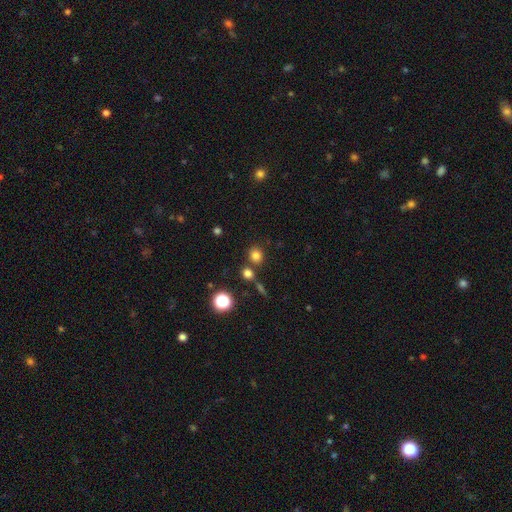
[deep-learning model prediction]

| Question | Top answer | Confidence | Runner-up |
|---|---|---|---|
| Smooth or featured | smooth | 78% | star or artifact (16%) |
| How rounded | round | 80% | in between (18%) |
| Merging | none | 75% | merger (14%) |